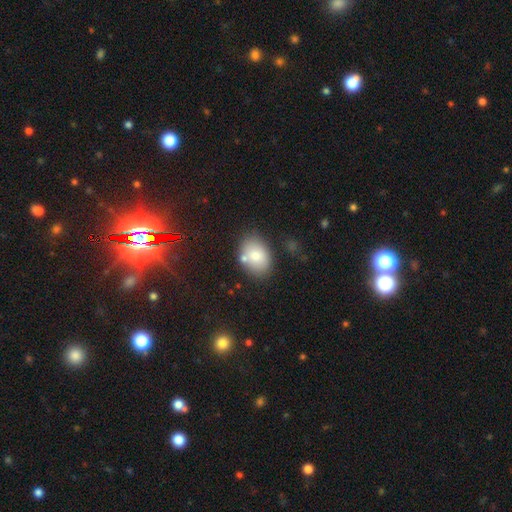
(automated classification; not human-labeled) Q: Smooth or featured?
A: smooth (78%); runner-up: featured or disk (14%)
Q: How rounded?
A: in between (77%); runner-up: round (22%)
Q: Merging?
A: none (71%); runner-up: minor disturbance (15%)